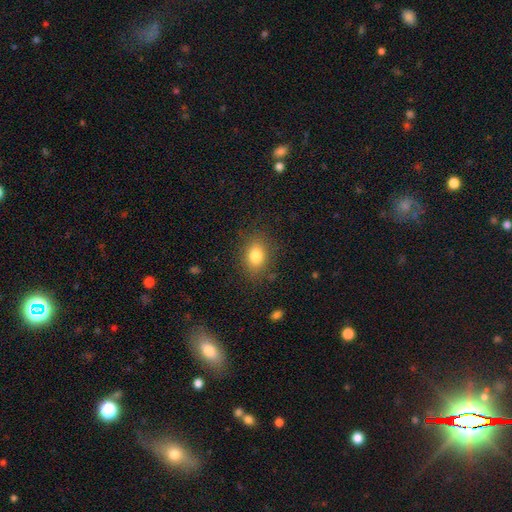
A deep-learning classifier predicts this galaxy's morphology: This is clearly a smooth galaxy (81%). How rounded: likely in between (70%). Merging: clearly none (82%).